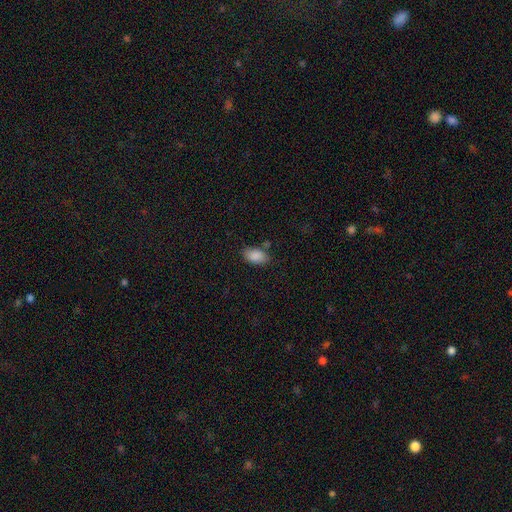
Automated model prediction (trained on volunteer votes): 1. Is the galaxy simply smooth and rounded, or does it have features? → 88% smooth, 7% star or artifact, 4% featured or disk.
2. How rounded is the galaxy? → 93% in between, 5% round, 2% cigar-shaped.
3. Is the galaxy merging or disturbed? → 75% none, 15% minor disturbance, 6% merger, 4% major disturbance.